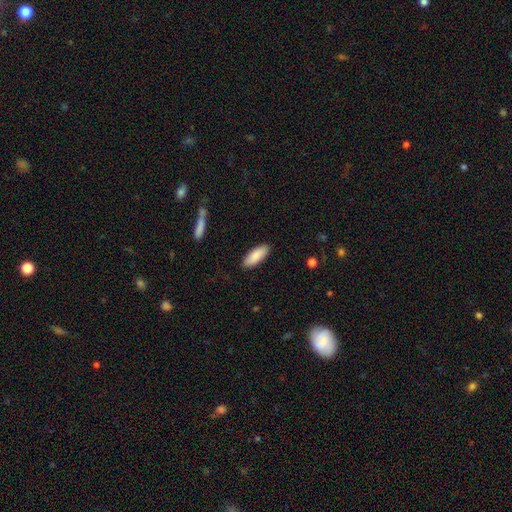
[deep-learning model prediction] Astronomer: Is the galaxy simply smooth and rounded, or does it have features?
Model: smooth — 87%.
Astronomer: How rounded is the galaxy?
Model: in between — 73%.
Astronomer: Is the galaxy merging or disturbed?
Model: none — 89%.